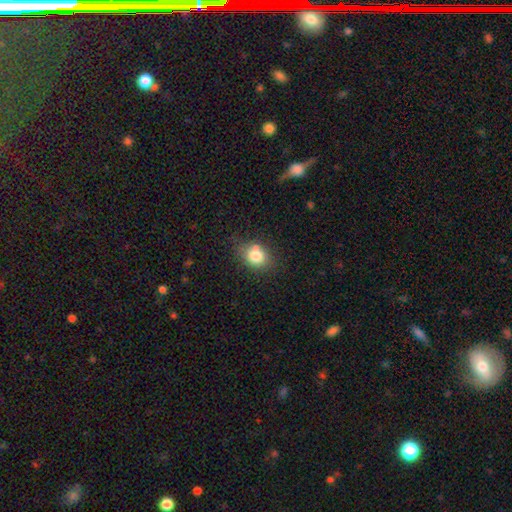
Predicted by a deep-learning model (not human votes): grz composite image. It shows a smooth galaxy with no disk features (80%) that is round (57%). Merging: none (67%).